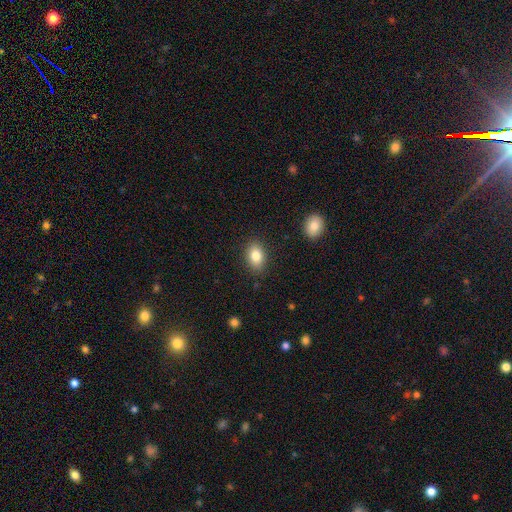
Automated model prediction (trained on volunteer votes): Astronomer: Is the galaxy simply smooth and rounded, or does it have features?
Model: smooth — 83%.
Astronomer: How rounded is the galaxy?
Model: in between — 82%.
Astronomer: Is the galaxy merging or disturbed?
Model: none — 87%.